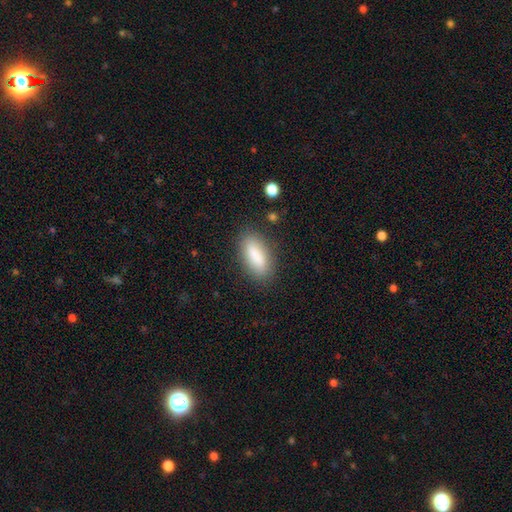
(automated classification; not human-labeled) Overall: smooth (84%). How rounded: in between (76%). Merging: none (82%).